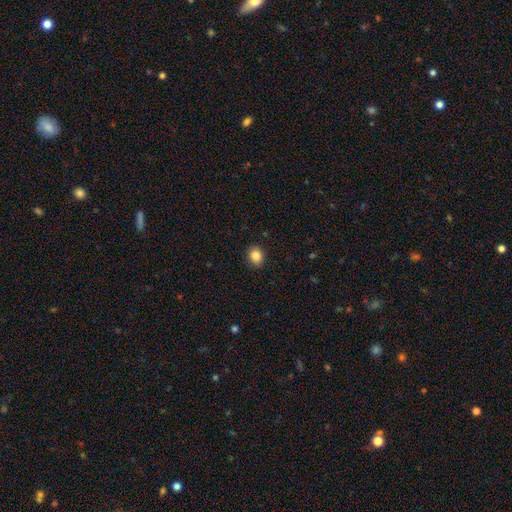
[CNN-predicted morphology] smooth-or-featured: smooth: 85% | star or artifact: 9% | featured or disk: 5%
  how-rounded: in between: 50% | round: 49% | cigar-shaped: 1%
  merging: none: 90% | minor disturbance: 7% | major disturbance: 2% | merger: 1%